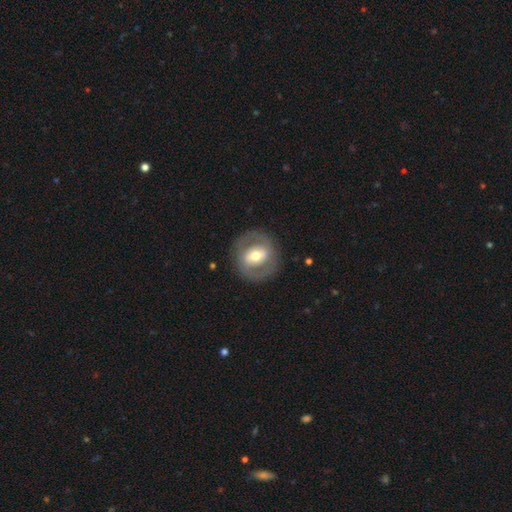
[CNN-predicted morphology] Q: Smooth or featured?
A: featured or disk (58%); runner-up: smooth (36%)
Q: Edge-on disk?
A: no (95%); runner-up: yes (5%)
Q: Bar?
A: weak (36%); runner-up: no (34%)
Q: Spiral arms?
A: no (62%); runner-up: yes (38%)
Q: Bulge size?
A: moderate (67%); runner-up: large (16%)
Q: Merging?
A: none (82%); runner-up: minor disturbance (10%)